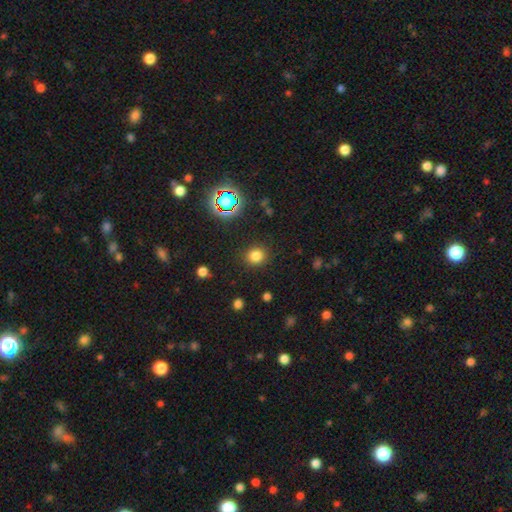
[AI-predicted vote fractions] smooth 78%, star or artifact 17%, featured or disk 5%. Down the decision tree: how rounded — round (86%); merging — none (88%).